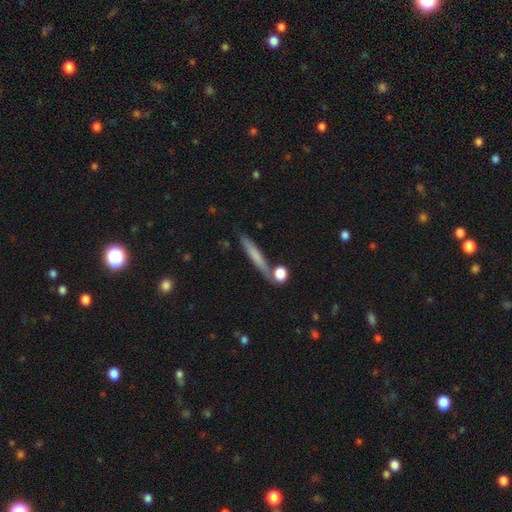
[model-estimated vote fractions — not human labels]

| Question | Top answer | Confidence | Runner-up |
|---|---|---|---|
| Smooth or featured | smooth | 63% | featured or disk (30%) |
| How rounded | cigar-shaped | 92% | in between (6%) |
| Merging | none | 77% | minor disturbance (12%) |